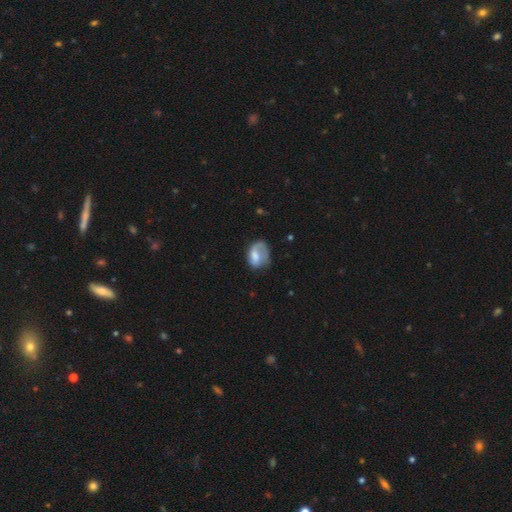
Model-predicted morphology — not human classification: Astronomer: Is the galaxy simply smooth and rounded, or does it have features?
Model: smooth — 51% (runner-up: featured or disk, 41%).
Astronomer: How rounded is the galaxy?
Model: in between — 74%.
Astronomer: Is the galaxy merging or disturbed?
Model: none — 39% (runner-up: major disturbance, 30%).